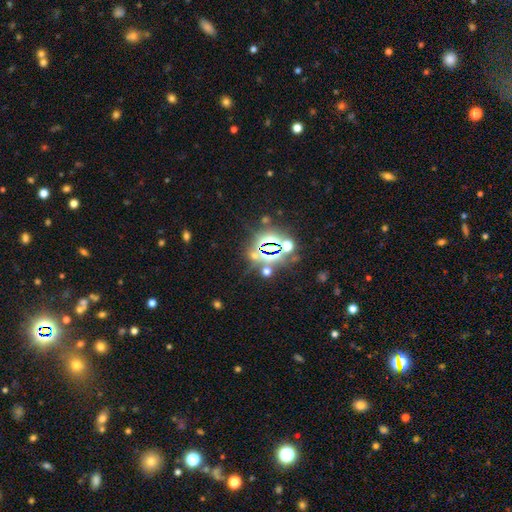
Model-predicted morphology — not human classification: Overall: star or artifact (74%).